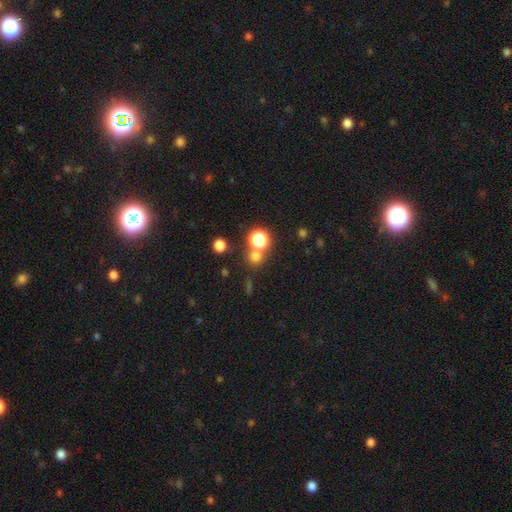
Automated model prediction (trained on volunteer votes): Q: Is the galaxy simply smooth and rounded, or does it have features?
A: smooth — 68%.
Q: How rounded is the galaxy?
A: round — 89%.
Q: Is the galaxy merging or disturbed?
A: none — 68%.